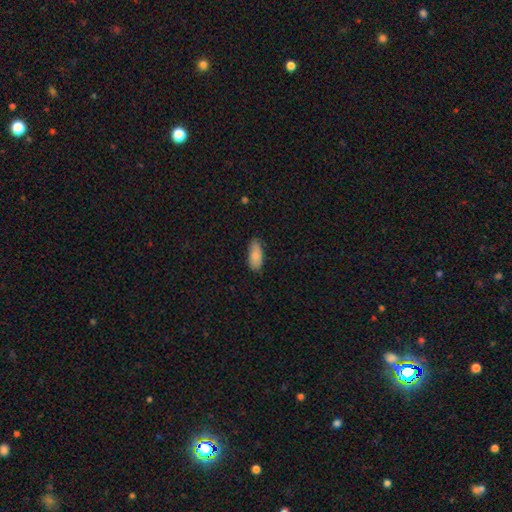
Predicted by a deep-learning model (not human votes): Morphology: type=smooth (85%); roundness=in between (87%); merging=none (79%).